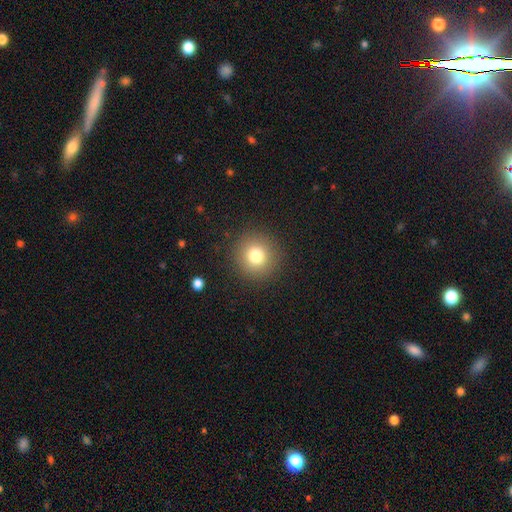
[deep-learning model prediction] Morphology: type=smooth (78%); roundness=round (94%); merging=none (90%).